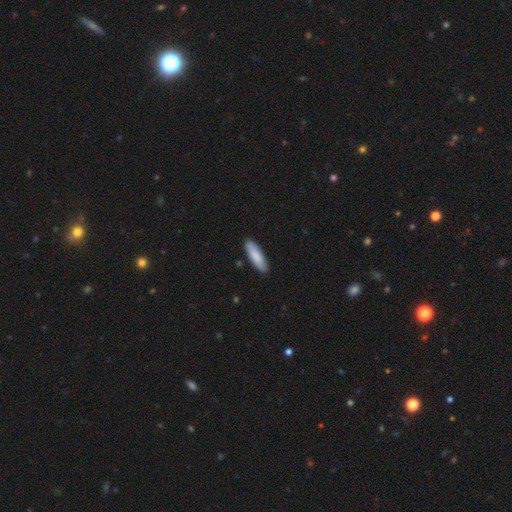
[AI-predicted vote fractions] This is clearly a smooth galaxy (84%). How rounded: possibly cigar-shaped (57%). Merging: clearly none (87%).